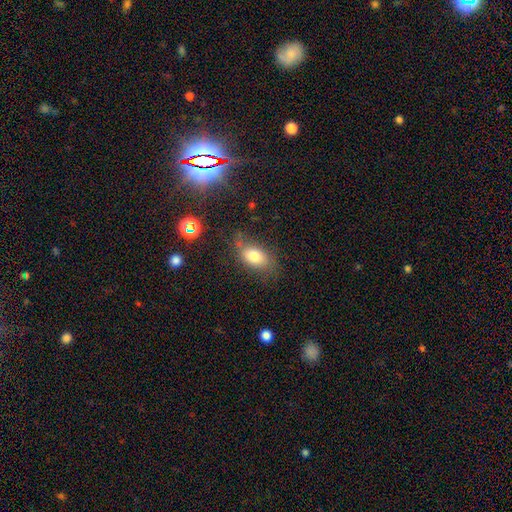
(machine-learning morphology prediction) smooth_or_featured: smooth (p=0.66) [alt: star or artifact p=0.19]
how_rounded: in between (p=0.83) [alt: round p=0.14]
merging: none (p=0.67) [alt: minor disturbance p=0.22]